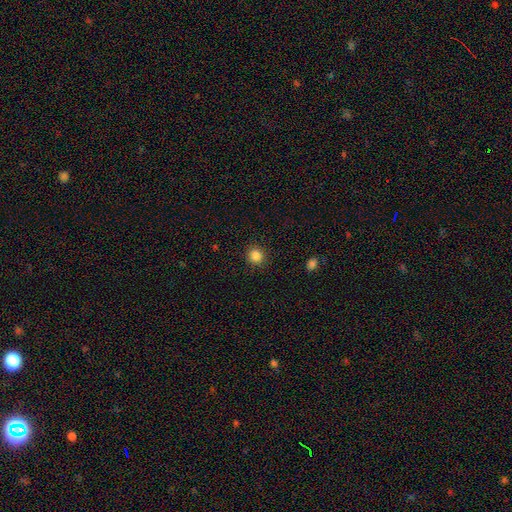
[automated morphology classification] A smooth galaxy with no disk features (86%) that is round (91%).

Vote fractions:
- Smooth or featured? smooth: 86% / star or artifact: 11% / featured or disk: 3%
- How rounded? round: 91% / in between: 8% / cigar-shaped: 1%
- Merging? none: 91% / minor disturbance: 6% / major disturbance: 2% / merger: 1%